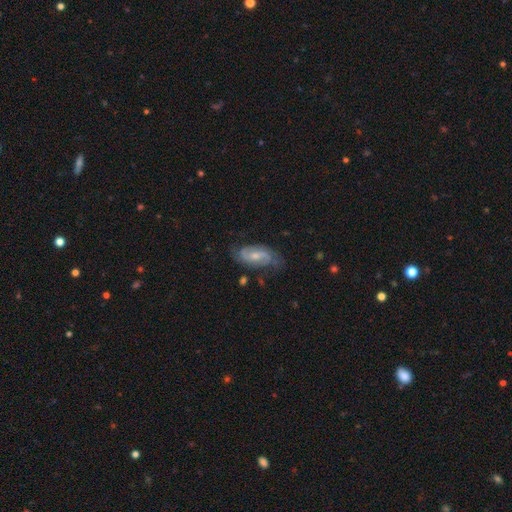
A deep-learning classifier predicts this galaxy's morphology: smooth_or_featured: featured or disk (p=0.77) [alt: smooth p=0.17]
disk_edge_on: no (p=0.95) [alt: yes p=0.05]
bar: weak (p=0.48) [alt: no p=0.32]
has_spiral_arms: yes (p=0.93) [alt: no p=0.07]
spiral_winding: medium (p=0.46) [alt: loose p=0.28]
spiral_arm_count: 2 (p=0.85) [alt: can't tell p=0.08]
bulge_size: small (p=0.49) [alt: moderate p=0.44]
merging: none (p=0.70) [alt: minor disturbance p=0.21]